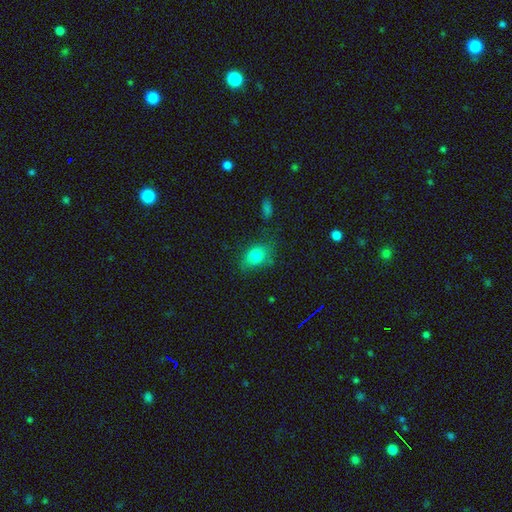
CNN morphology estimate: Smooth or featured?
  - smooth: 81% *
  - star or artifact: 10%
  - featured or disk: 8%
How rounded?
  - in between: 67% *
  - round: 31%
  - cigar-shaped: 2%
Merging?
  - none: 67% *
  - minor disturbance: 22%
  - major disturbance: 7%
  - merger: 4%